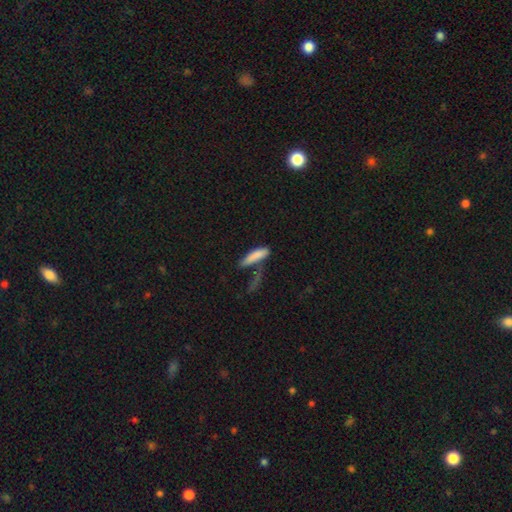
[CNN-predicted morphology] type=smooth (80%); roundness=cigar-shaped (74%); merging=none (46%).